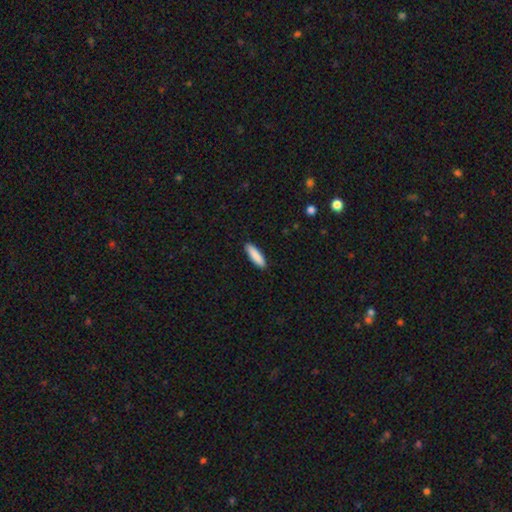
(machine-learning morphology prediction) A smooth galaxy with no disk features (89%) that is cigar-shaped (65%).

Vote fractions:
- Smooth or featured? smooth: 89% / star or artifact: 5% / featured or disk: 5%
- How rounded? cigar-shaped: 65% / in between: 33% / round: 1%
- Merging? none: 91% / minor disturbance: 7% / major disturbance: 1% / merger: 1%